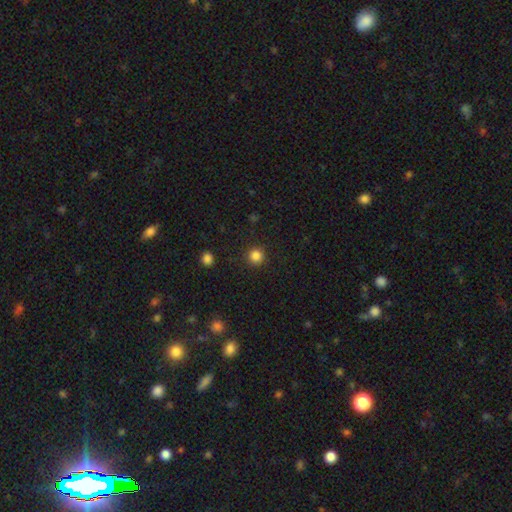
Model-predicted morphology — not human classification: smooth-or-featured: smooth: 84% | star or artifact: 12% | featured or disk: 4%
  how-rounded: round: 95% | in between: 4% | cigar-shaped: 1%
  merging: none: 91% | minor disturbance: 6% | major disturbance: 2% | merger: 1%